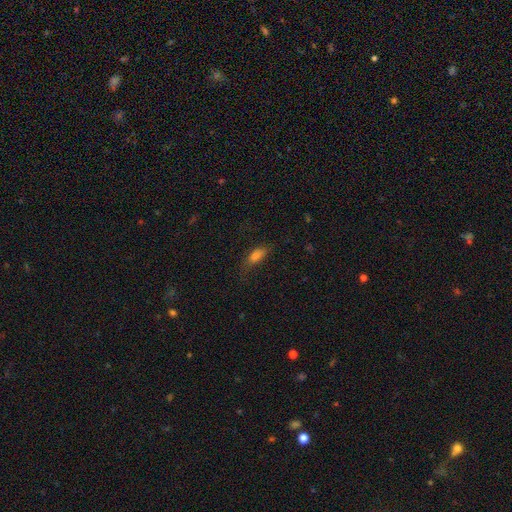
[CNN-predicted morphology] This appears to be a smooth galaxy with no disk features (73%) that is in between round and cigar-shaped (71%). Merging: none (60%).